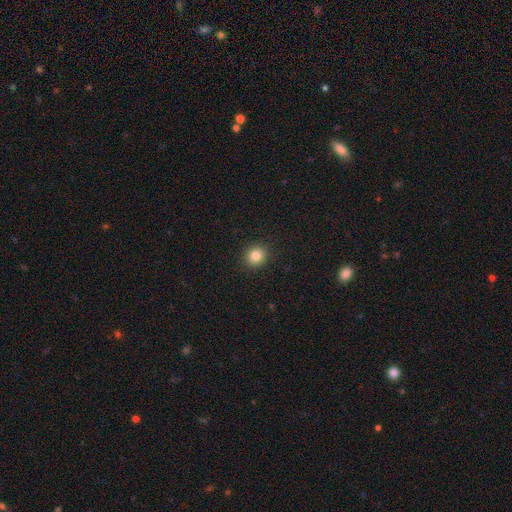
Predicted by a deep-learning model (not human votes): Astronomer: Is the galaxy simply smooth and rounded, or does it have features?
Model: smooth — 83%.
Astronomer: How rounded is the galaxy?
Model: round — 87%.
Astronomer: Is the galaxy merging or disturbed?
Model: none — 91%.